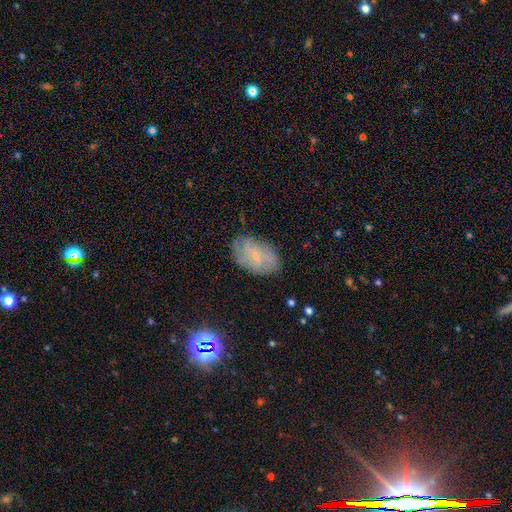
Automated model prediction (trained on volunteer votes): A featured or disk galaxy (54%) with no bar (51%), spiral arms (75%) and a small central bulge (75%). Merging: none (70%).